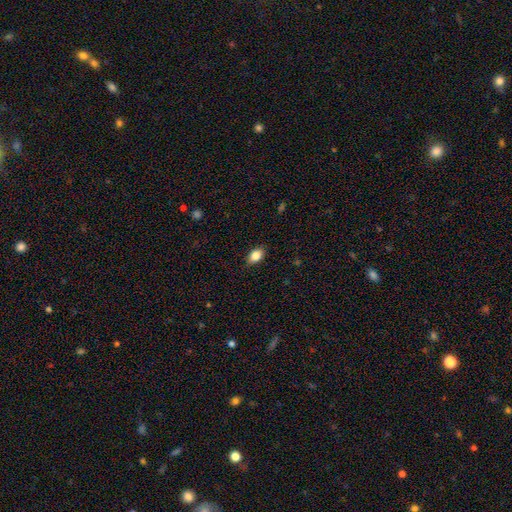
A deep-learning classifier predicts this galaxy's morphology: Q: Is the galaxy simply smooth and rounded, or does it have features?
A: smooth — 85%.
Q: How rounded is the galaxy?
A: in between — 83%.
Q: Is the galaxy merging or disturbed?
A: none — 86%.